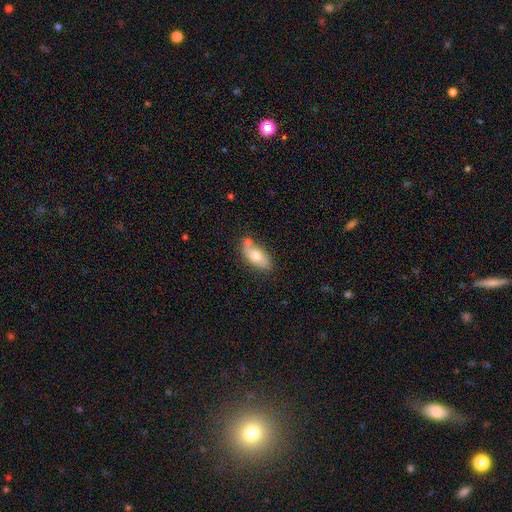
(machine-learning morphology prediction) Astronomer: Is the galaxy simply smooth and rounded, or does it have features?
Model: smooth — 66%.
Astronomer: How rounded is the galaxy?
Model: in between — 88%.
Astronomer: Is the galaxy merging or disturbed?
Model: none — 66%.